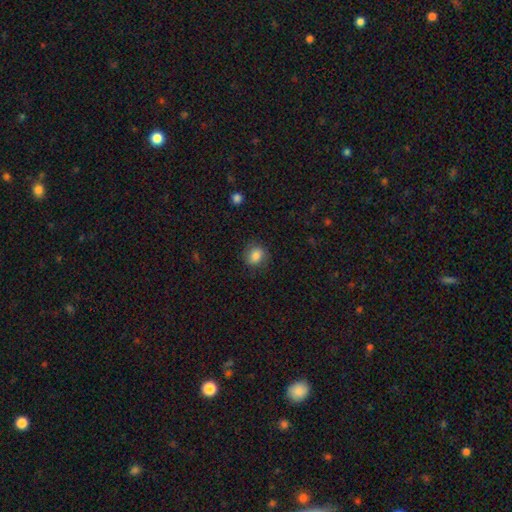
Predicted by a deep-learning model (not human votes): Smooth or featured?
  - smooth: 80% *
  - featured or disk: 11%
  - star or artifact: 10%
How rounded?
  - round: 68% *
  - in between: 31%
  - cigar-shaped: 1%
Merging?
  - none: 78% *
  - minor disturbance: 16%
  - major disturbance: 5%
  - merger: 1%